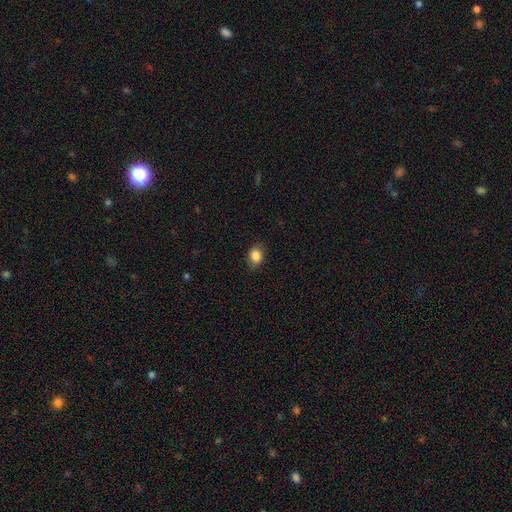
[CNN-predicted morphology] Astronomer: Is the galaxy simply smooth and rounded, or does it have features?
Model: smooth — 86%.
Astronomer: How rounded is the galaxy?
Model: in between — 54% (runner-up: round, 45%).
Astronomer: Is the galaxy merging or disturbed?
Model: none — 81%.